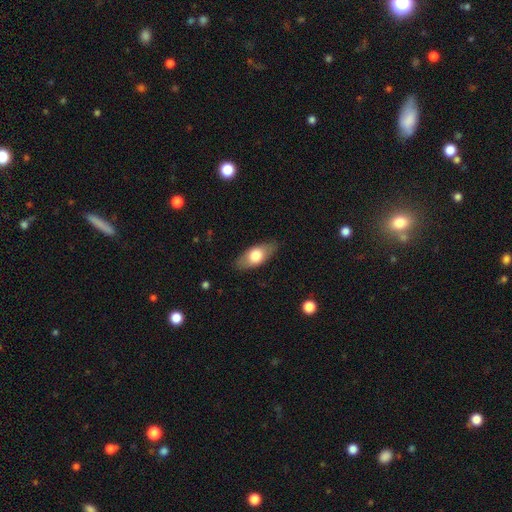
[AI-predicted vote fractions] Smooth or featured: smooth — 68% (featured or disk — 26%)
How rounded: in between — 86% (cigar-shaped — 10%)
Merging: none — 85% (minor disturbance — 11%)